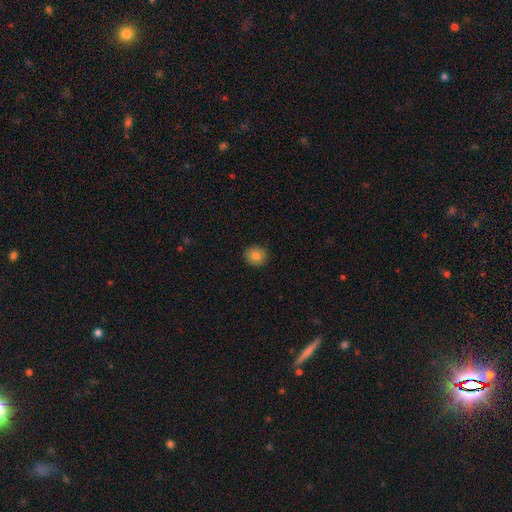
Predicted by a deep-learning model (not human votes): Smooth or featured: smooth — 82% (star or artifact — 9%)
How rounded: round — 80% (in between — 19%)
Merging: none — 89% (minor disturbance — 8%)